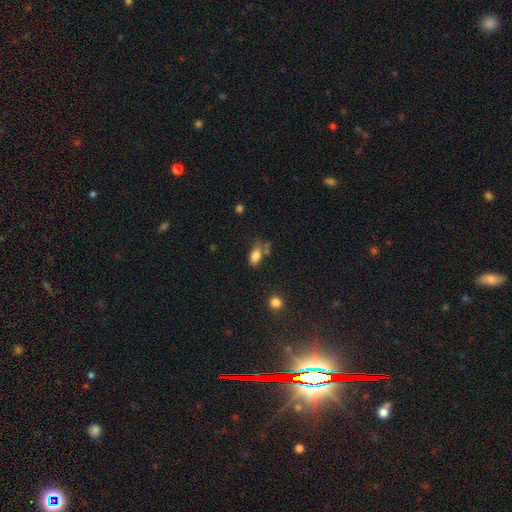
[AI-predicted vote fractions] This appears to be a smooth galaxy with no disk features (81%) that is in between round and cigar-shaped (89%). Merging: none (57%).